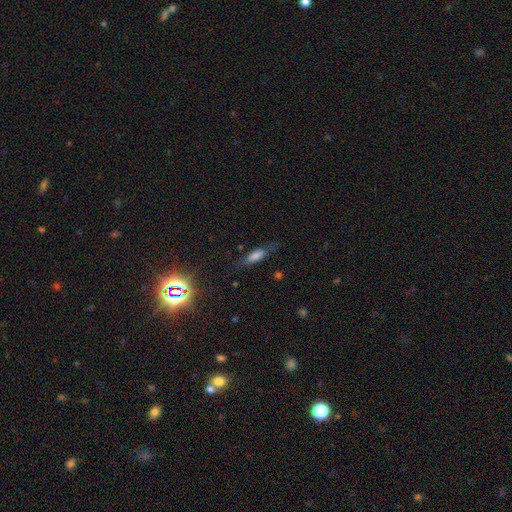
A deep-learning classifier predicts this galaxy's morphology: smooth 56%, featured or disk 28%, star or artifact 16%. Down the decision tree: how rounded — cigar-shaped (57%); merging — none (71%).